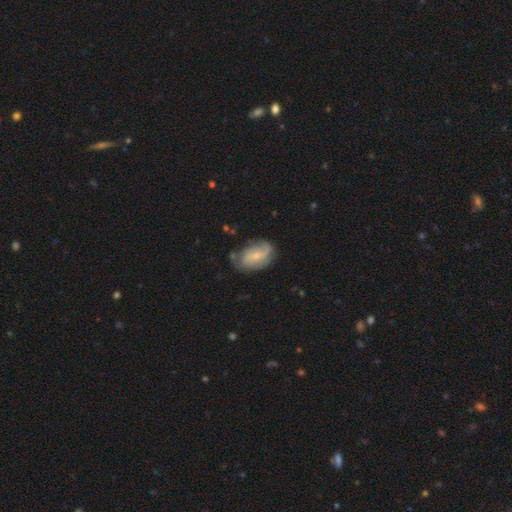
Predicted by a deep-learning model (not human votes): This is possibly a featured or disk galaxy (59%). It is clearly not viewed edge-on (96%). Bar: possibly no (46%). Spiral arm pattern: clearly yes (83%). Central bulge: likely small (68%). Merging: possibly none (57%).